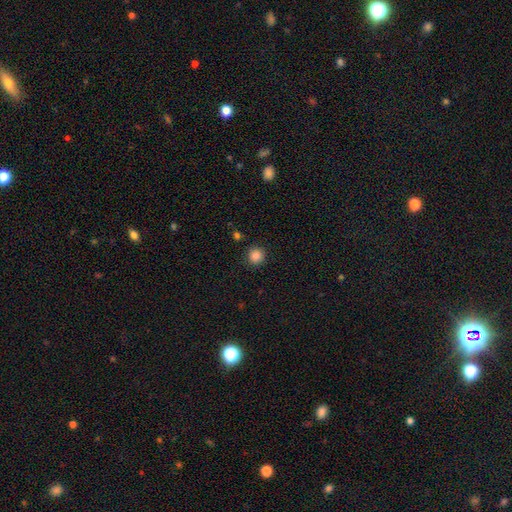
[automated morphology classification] type=smooth (84%); roundness=round (93%); merging=none (90%).